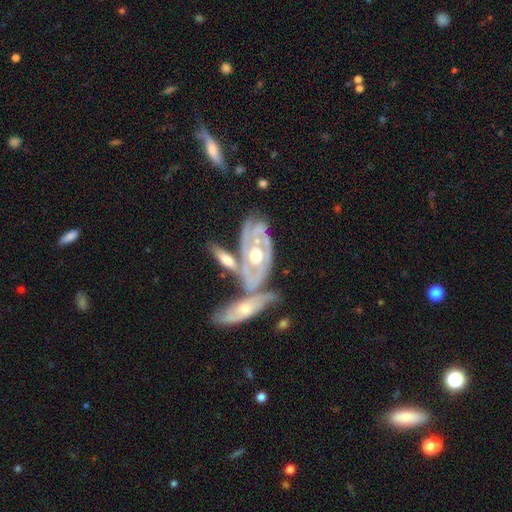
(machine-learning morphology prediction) featured or disk 84%, smooth 11%, star or artifact 5%. Down the decision tree: edge-on disk — no (87%); bar — no (78%); spiral arms — yes (83%); spiral arm count — can't tell (36%); spiral winding — tight (64%); bulge size — moderate (73%); merging — none (37%).